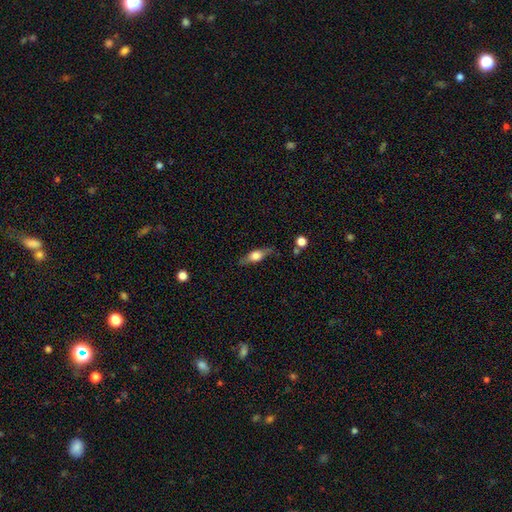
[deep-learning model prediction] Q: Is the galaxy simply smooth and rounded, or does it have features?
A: featured or disk — 50%.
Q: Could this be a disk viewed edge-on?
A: yes — 90%.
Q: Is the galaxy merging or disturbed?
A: none — 78%.